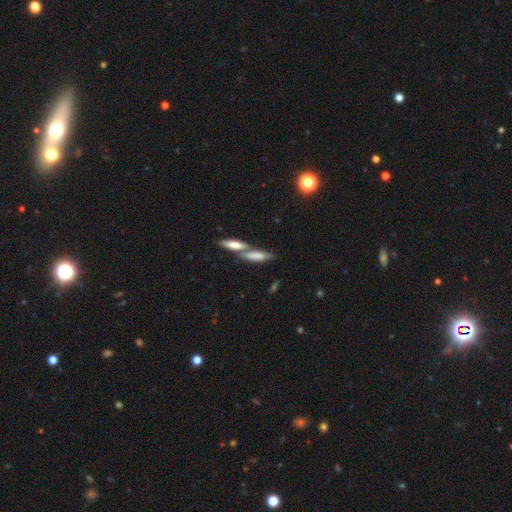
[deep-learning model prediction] smooth-or-featured: smooth: 67% | featured or disk: 25% | star or artifact: 8%
  how-rounded: cigar-shaped: 58% | in between: 40% | round: 3%
  merging: merger: 48% | none: 40% | minor disturbance: 9% | major disturbance: 3%